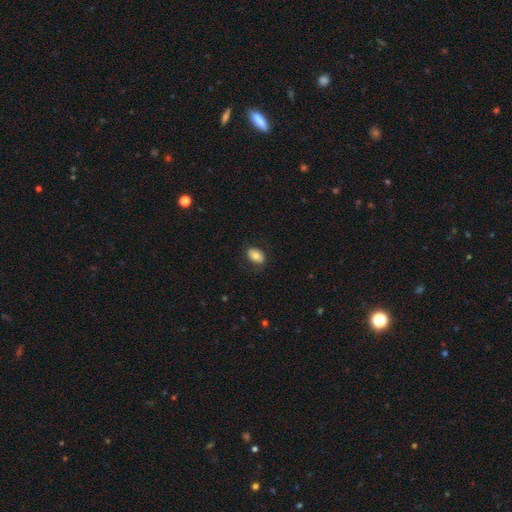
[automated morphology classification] smooth_or_featured: smooth (p=0.76) [alt: featured or disk p=0.17]
how_rounded: in between (p=0.85) [alt: round p=0.14]
merging: none (p=0.82) [alt: minor disturbance p=0.13]